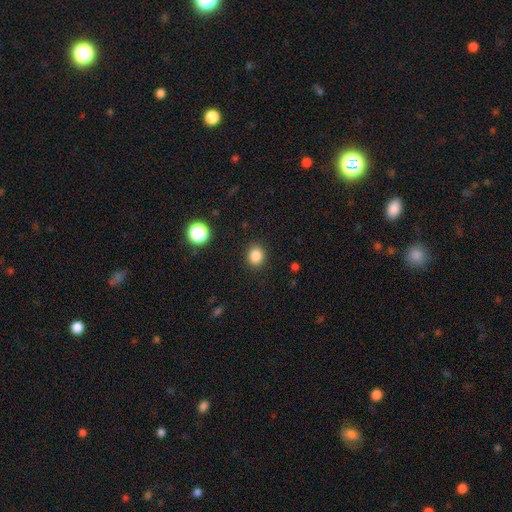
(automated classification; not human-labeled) Smooth or featured?
  - smooth: 84% *
  - star or artifact: 12%
  - featured or disk: 4%
How rounded?
  - round: 76% *
  - in between: 23%
  - cigar-shaped: 1%
Merging?
  - none: 89% *
  - minor disturbance: 7%
  - major disturbance: 2%
  - merger: 1%